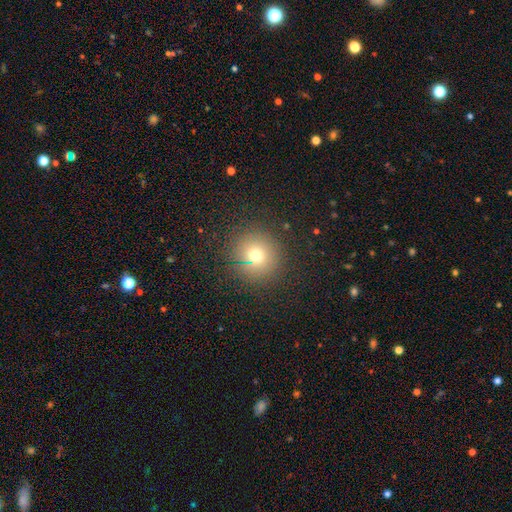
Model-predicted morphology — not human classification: Q: Smooth or featured?
A: smooth (70%); runner-up: star or artifact (19%)
Q: How rounded?
A: round (93%); runner-up: in between (6%)
Q: Merging?
A: none (87%); runner-up: minor disturbance (8%)